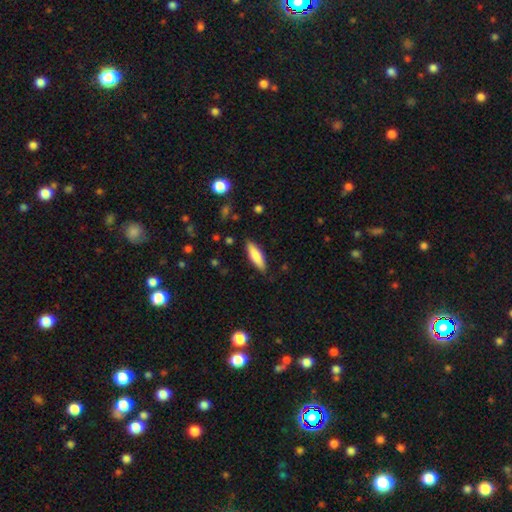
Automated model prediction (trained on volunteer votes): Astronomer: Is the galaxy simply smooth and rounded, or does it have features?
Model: smooth — 82%.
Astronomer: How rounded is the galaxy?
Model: cigar-shaped — 54% (runner-up: in between, 44%).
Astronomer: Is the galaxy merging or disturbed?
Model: none — 85%.